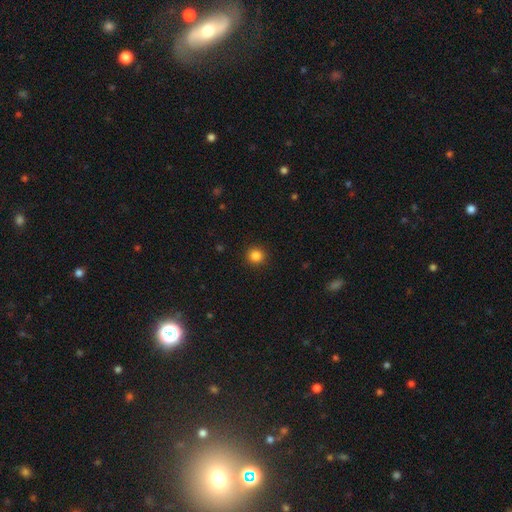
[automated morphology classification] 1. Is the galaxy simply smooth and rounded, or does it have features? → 84% smooth, 12% star or artifact, 4% featured or disk.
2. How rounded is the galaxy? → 94% round, 5% in between, 1% cigar-shaped.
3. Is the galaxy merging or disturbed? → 92% none, 5% minor disturbance, 2% major disturbance, 1% merger.